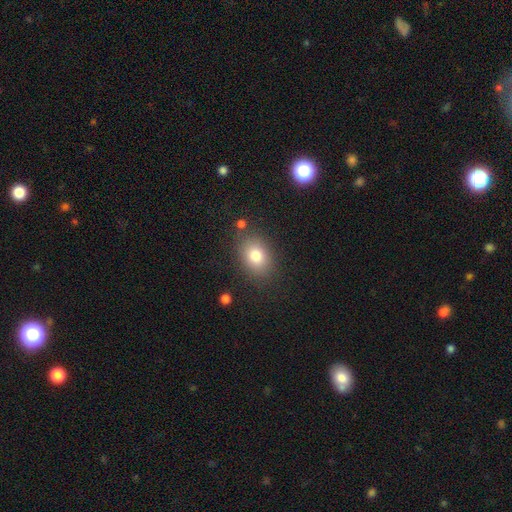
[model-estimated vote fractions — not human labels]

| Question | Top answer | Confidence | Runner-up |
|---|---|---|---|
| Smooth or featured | smooth | 80% | featured or disk (10%) |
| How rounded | in between | 72% | round (26%) |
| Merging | none | 81% | minor disturbance (12%) |